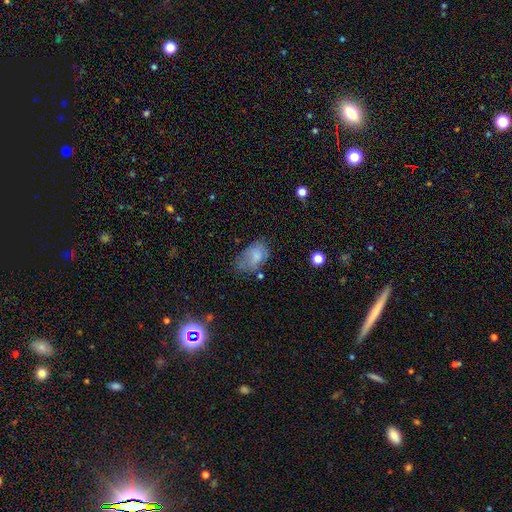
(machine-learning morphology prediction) A smooth galaxy with no disk features (71%) that is in between round and cigar-shaped (90%). Merging: none (45%).